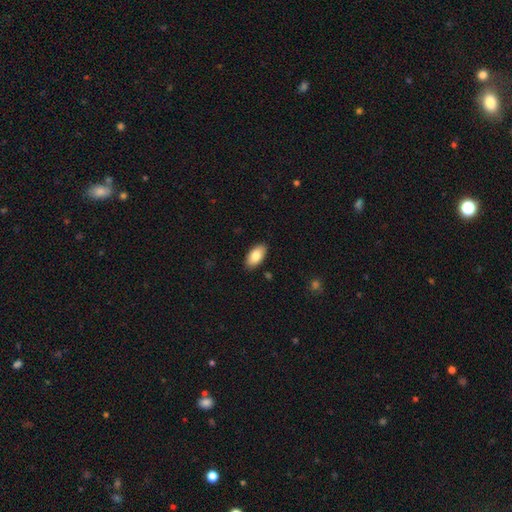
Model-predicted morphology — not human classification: The model was most divided on "smooth or featured": smooth: 83%, featured or disk: 11%, star or artifact: 6%. More confident: how rounded — in between (94%); merging — none (88%).